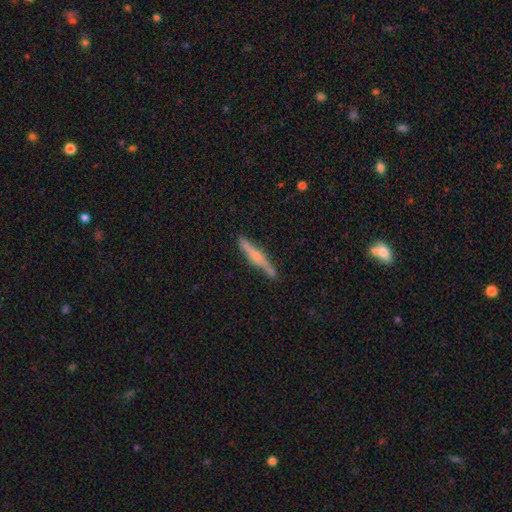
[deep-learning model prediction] smooth-or-featured: featured or disk: 57% | smooth: 37% | star or artifact: 6%
  disk-edge-on: yes: 95% | no: 5%
    edge-on-bulge: rounded: 67% | none: 19% | boxy: 14%
  merging: none: 82% | minor disturbance: 14% | major disturbance: 2% | merger: 2%